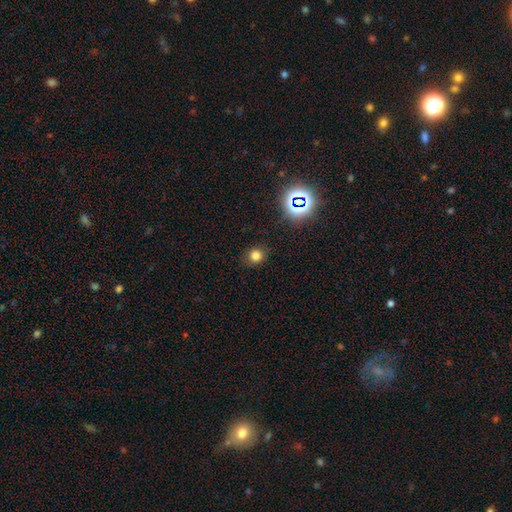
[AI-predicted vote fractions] This appears to be a smooth galaxy with no disk features (75%) that is round (82%). Merging: none (85%).